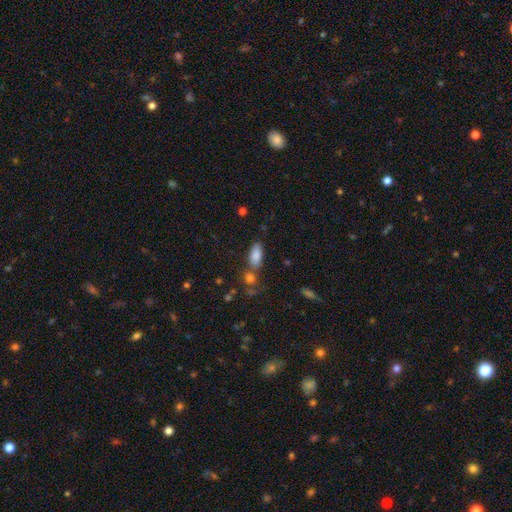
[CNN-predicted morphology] smooth 83%, featured or disk 8%, star or artifact 8%. Down the decision tree: how rounded — in between (82%); merging — none (61%).